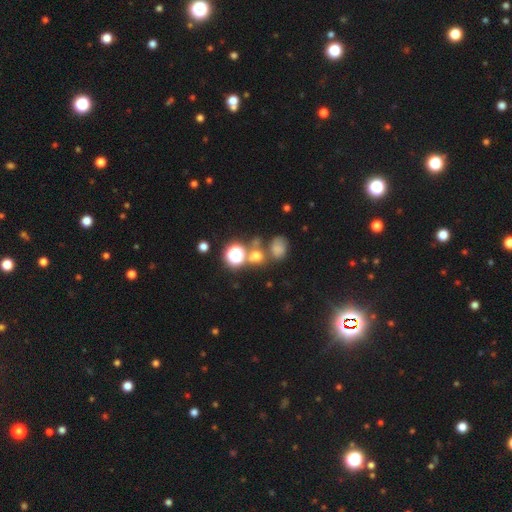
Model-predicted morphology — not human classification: smooth_or_featured: smooth (p=0.58) [alt: star or artifact p=0.32]
how_rounded: round (p=0.72) [alt: in between p=0.26]
merging: none (p=0.51) [alt: merger p=0.32]